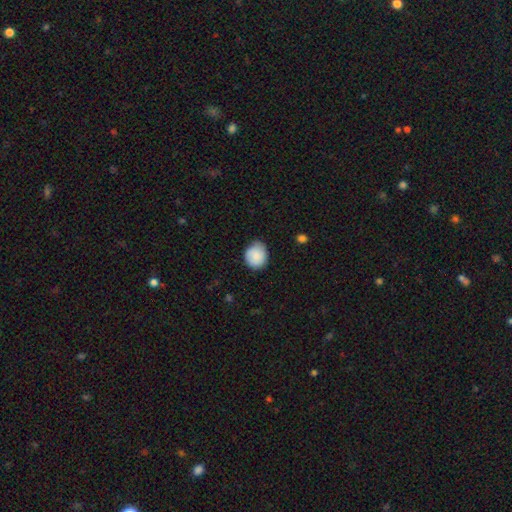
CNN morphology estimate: smooth-or-featured: smooth: 86% | star or artifact: 7% | featured or disk: 7%
  how-rounded: round: 76% | in between: 23% | cigar-shaped: 1%
  merging: none: 71% | minor disturbance: 24% | major disturbance: 4% | merger: 1%